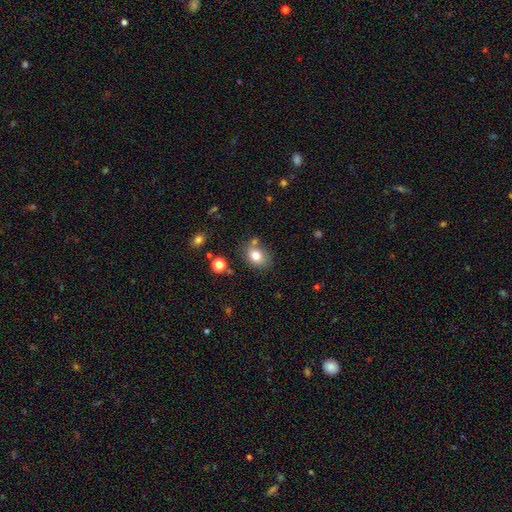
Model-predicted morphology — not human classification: Overall: smooth (77%). How rounded: in between (58%; round 41%). Merging: none (70%).